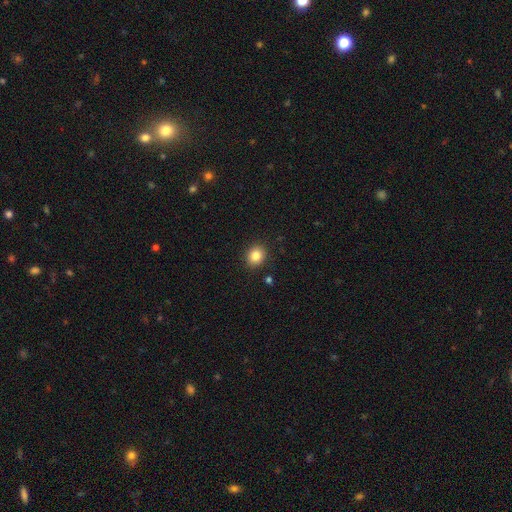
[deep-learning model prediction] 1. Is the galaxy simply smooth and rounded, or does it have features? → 84% smooth, 10% star or artifact, 6% featured or disk.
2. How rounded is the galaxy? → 71% round, 28% in between, 1% cigar-shaped.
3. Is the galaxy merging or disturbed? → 90% none, 6% minor disturbance, 2% major disturbance, 1% merger.